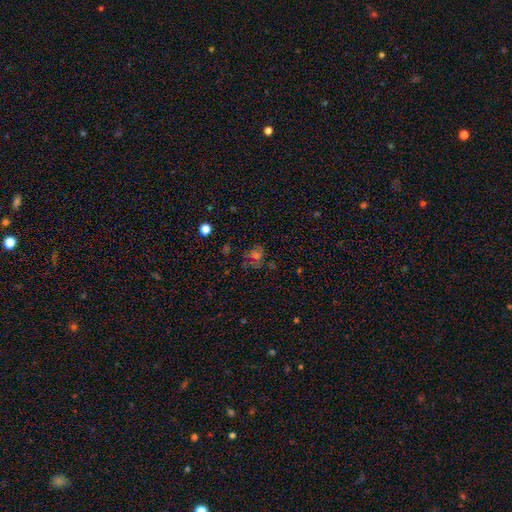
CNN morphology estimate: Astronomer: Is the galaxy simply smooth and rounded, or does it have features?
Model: smooth — 37% (runner-up: star or artifact, 34%).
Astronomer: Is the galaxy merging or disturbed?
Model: none — 61%.